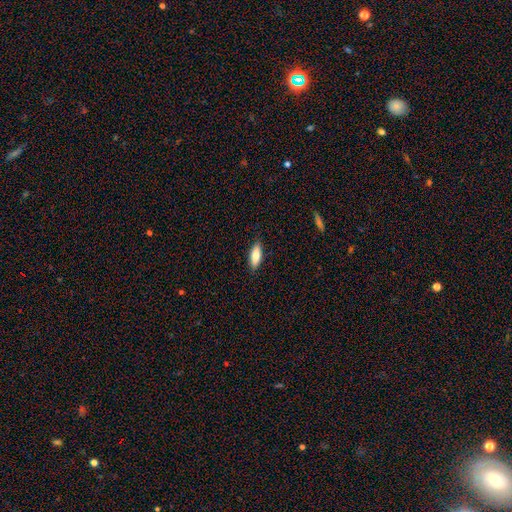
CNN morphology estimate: A smooth galaxy with no disk features (80%) that is in between round and cigar-shaped (70%).

Vote fractions:
- Smooth or featured? smooth: 80% / featured or disk: 14% / star or artifact: 6%
- How rounded? in between: 70% / cigar-shaped: 28% / round: 2%
- Merging? none: 87% / minor disturbance: 10% / major disturbance: 2% / merger: 1%